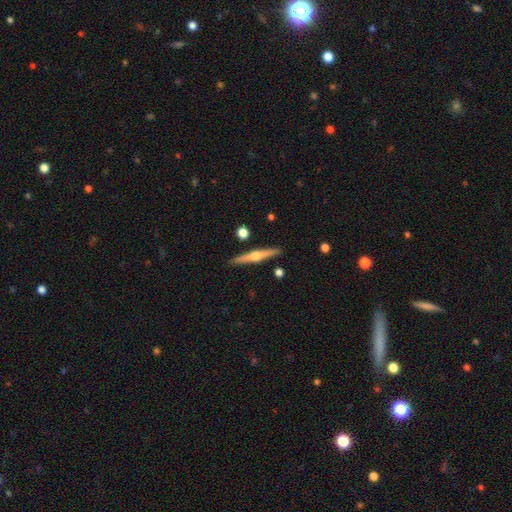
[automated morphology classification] smooth_or_featured: featured or disk (p=0.66) [alt: smooth p=0.29]
disk_edge_on: yes (p=0.98) [alt: no p=0.02]
edge_on_bulge: rounded (p=0.90) [alt: none p=0.05]
merging: none (p=0.90) [alt: minor disturbance p=0.07]